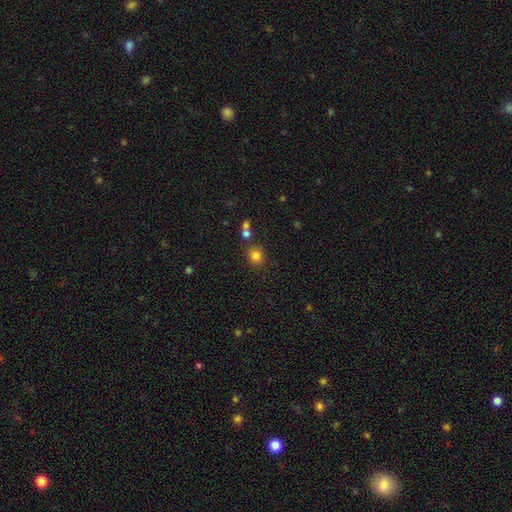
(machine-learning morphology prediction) Smooth or featured? Predicted: smooth (p=0.81). How rounded? Predicted: round (p=0.82). Merging? Predicted: none (p=0.78).